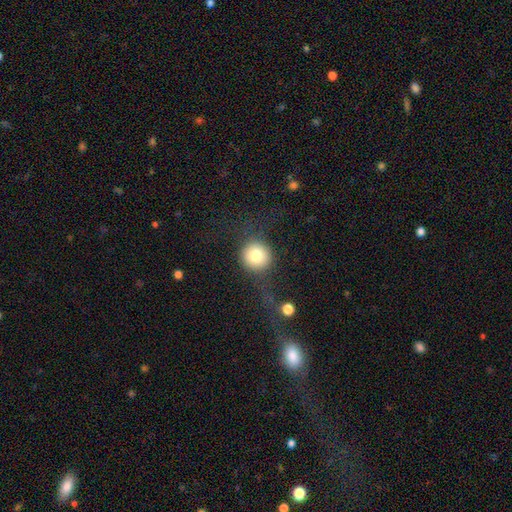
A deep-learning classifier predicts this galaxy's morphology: smooth-or-featured: smooth: 79% | featured or disk: 12% | star or artifact: 10%
  how-rounded: round: 94% | in between: 5% | cigar-shaped: 1%
  merging: none: 74% | minor disturbance: 11% | major disturbance: 11% | merger: 3%